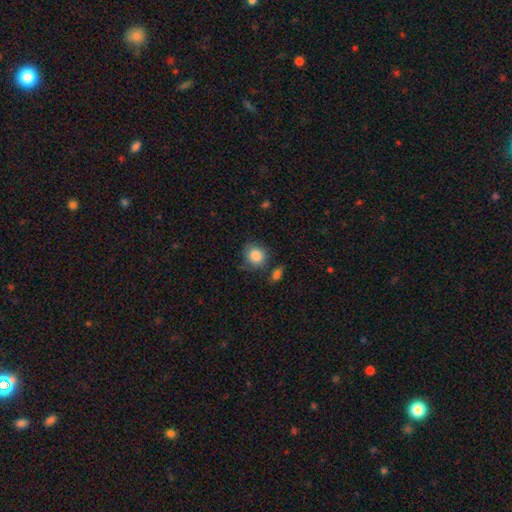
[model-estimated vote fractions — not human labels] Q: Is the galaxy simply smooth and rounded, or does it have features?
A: smooth — 86%.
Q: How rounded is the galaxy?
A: round — 86%.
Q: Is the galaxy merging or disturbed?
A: none — 70%.